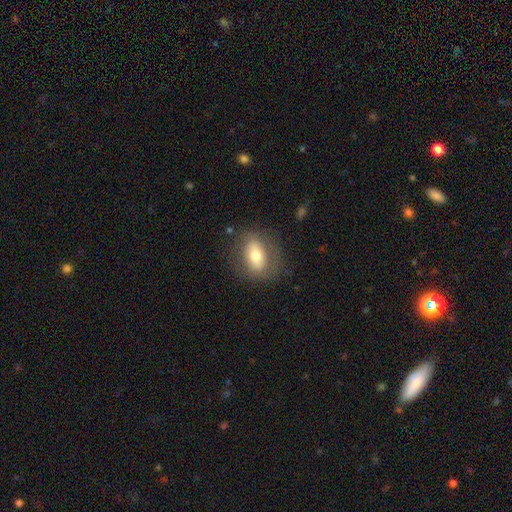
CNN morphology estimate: Overall: smooth (60%; featured or disk 33%). How rounded: in between (78%). Merging: none (74%).